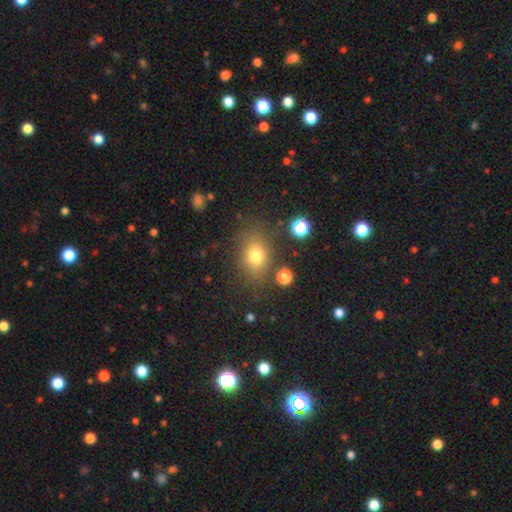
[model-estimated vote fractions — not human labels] This is likely a smooth galaxy (74%). How rounded: possibly in between (57%). Merging: likely none (77%).